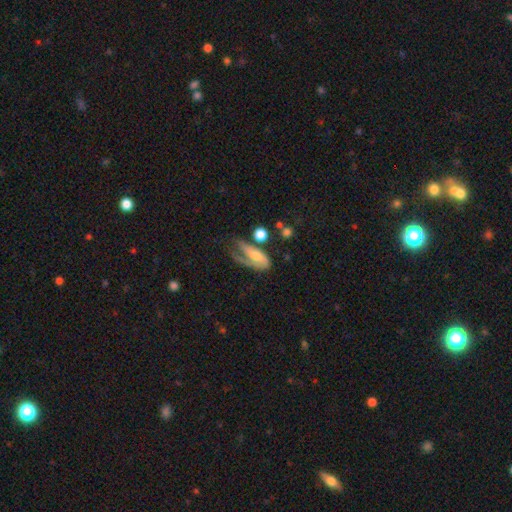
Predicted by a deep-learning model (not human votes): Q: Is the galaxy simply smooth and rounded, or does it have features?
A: featured or disk — 61%.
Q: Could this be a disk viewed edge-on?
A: no — 92%.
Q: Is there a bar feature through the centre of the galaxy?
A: no — 61%.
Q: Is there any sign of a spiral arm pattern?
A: yes — 78%.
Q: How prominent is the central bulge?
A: moderate — 48%.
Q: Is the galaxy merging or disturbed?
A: major disturbance — 41%.